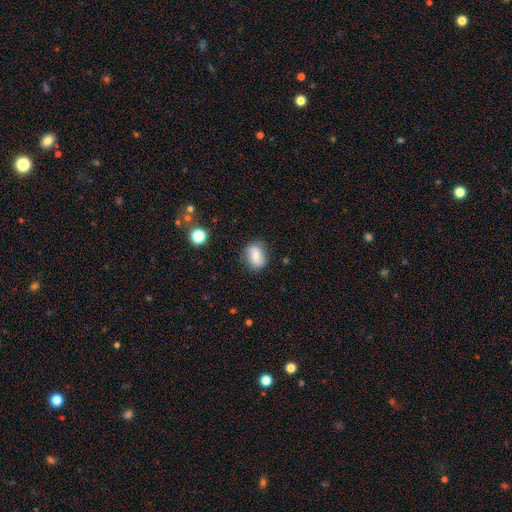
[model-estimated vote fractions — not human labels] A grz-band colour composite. It shows a smooth galaxy with no disk features (64%) that is in between round and cigar-shaped (55%). Merging: none (79%).